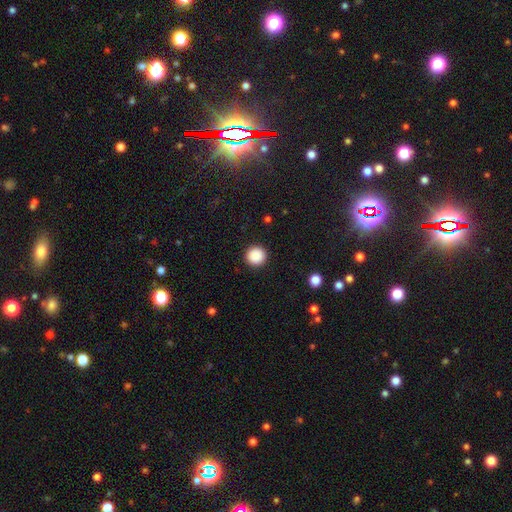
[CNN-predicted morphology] Smooth or featured? smooth (89%)
How rounded? round (96%)
Merging? none (93%)